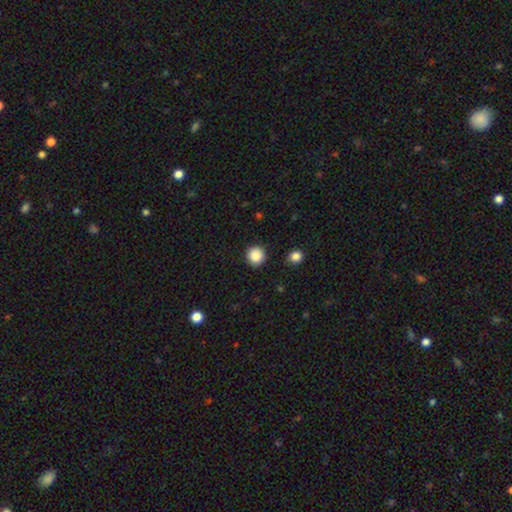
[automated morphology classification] Smooth or featured?
  - smooth: 88% *
  - star or artifact: 9%
  - featured or disk: 3%
How rounded?
  - round: 94% *
  - in between: 5%
  - cigar-shaped: 1%
Merging?
  - none: 89% *
  - minor disturbance: 7%
  - major disturbance: 2%
  - merger: 2%